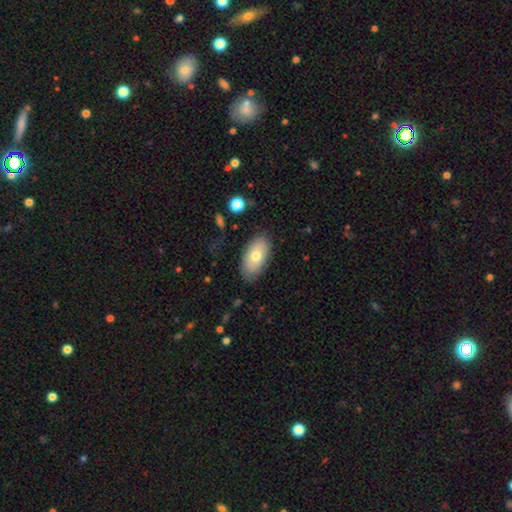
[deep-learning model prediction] A smooth galaxy with no disk features (72%) that is in between round and cigar-shaped (93%).

Vote fractions:
- Smooth or featured? smooth: 72% / featured or disk: 21% / star or artifact: 7%
- How rounded? in between: 93% / round: 4% / cigar-shaped: 3%
- Merging? none: 81% / minor disturbance: 13% / major disturbance: 4% / merger: 1%